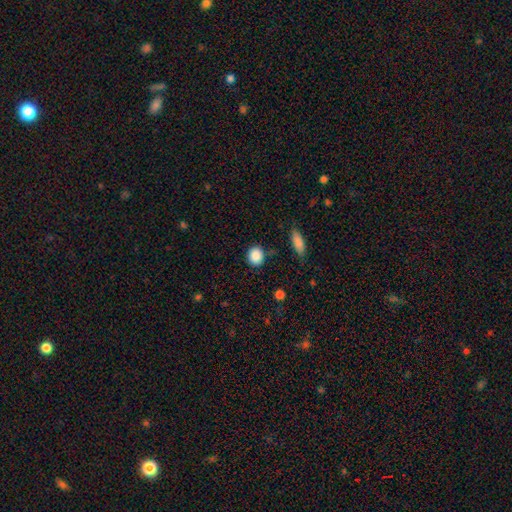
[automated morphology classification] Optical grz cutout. It shows a smooth galaxy with no disk features (88%) that is round (76%). Merging: none (84%).